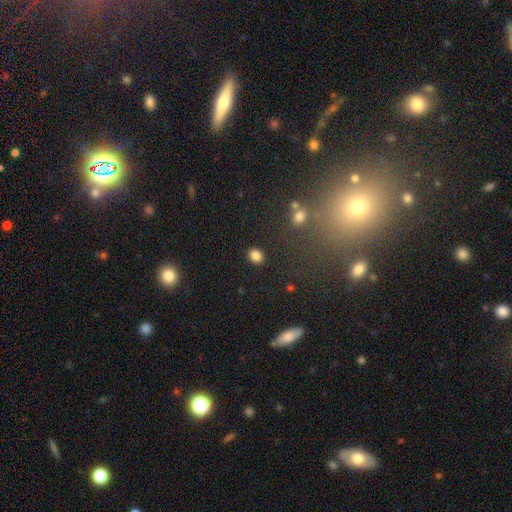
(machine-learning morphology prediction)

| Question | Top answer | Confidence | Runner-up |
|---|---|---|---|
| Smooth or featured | smooth | 84% | star or artifact (11%) |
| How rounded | in between | 50% | round (49%) |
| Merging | none | 88% | minor disturbance (7%) |